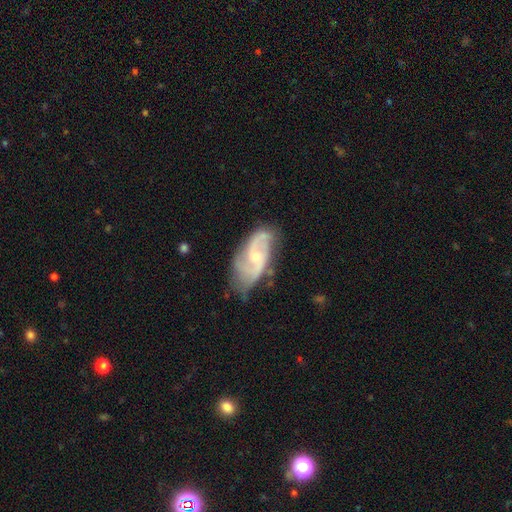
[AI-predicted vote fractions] smooth_or_featured: featured or disk (p=0.83) [alt: smooth p=0.11]
disk_edge_on: no (p=0.95) [alt: yes p=0.05]
bar: no (p=0.54) [alt: weak p=0.38]
has_spiral_arms: yes (p=0.95) [alt: no p=0.05]
spiral_winding: medium (p=0.48) [alt: tight p=0.27]
spiral_arm_count: 2 (p=0.66) [alt: 3 p=0.14]
bulge_size: small (p=0.55) [alt: moderate p=0.41]
merging: none (p=0.63) [alt: minor disturbance p=0.27]